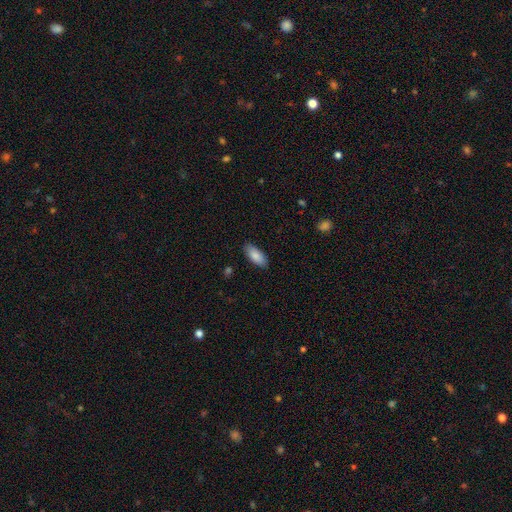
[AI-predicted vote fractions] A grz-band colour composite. It shows a smooth galaxy with no disk features (87%) that is in between round and cigar-shaped (86%). Merging: none (88%).